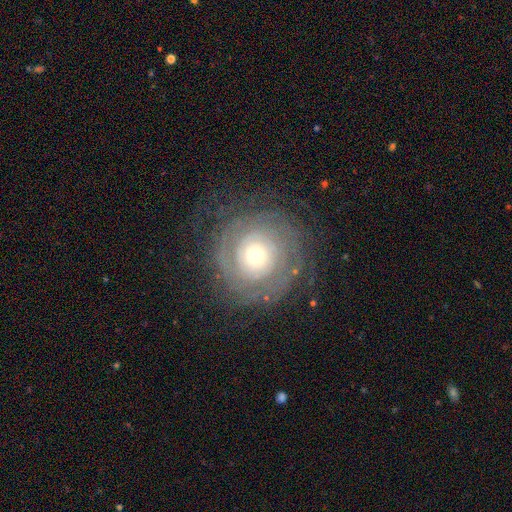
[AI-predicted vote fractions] A featured or disk galaxy (76%) with no bar (85%), tight (81%) spiral arms (87%) and a small central bulge (57%).

Vote fractions:
- Smooth or featured? featured or disk: 76% / smooth: 17% / star or artifact: 8%
- Edge-on disk? no: 97% / yes: 3%
- Bar? no: 85% / weak: 11% / strong: 4%
- Spiral arms? yes: 87% / no: 13%
- Spiral winding? tight: 81% / medium: 14% / loose: 5%
- Spiral arm count? can't tell: 42% / 2: 23% / 3: 12% / 4: 9% / more than 4: 8% / 1: 7%
- Bulge size? small: 57% / moderate: 35% / large: 6% / dominant: 2% / none: 1%
- Merging? none: 77% / minor disturbance: 13% / major disturbance: 9% / merger: 1%